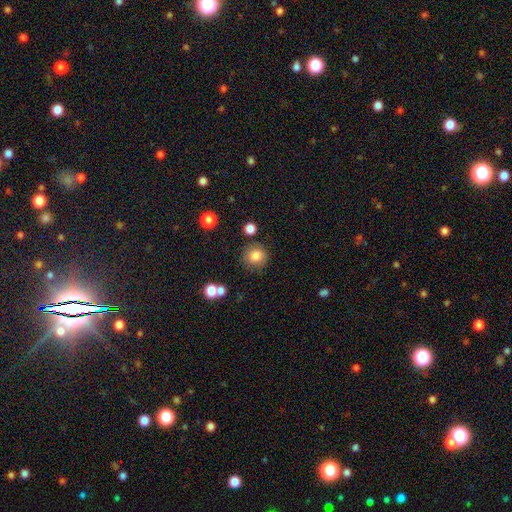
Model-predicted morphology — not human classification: A smooth galaxy with no disk features (83%) that is round (89%).

Vote fractions:
- Smooth or featured? smooth: 83% / star or artifact: 10% / featured or disk: 6%
- How rounded? round: 89% / in between: 10% / cigar-shaped: 1%
- Merging? none: 81% / minor disturbance: 11% / merger: 5% / major disturbance: 4%